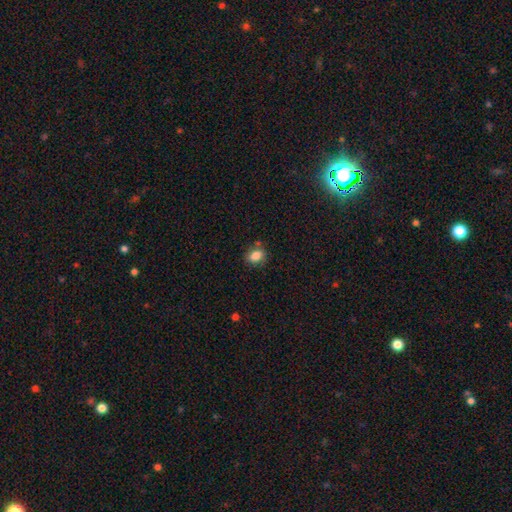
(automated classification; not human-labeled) smooth 85%, star or artifact 9%, featured or disk 6%. Down the decision tree: how rounded — in between (74%); merging — none (73%).